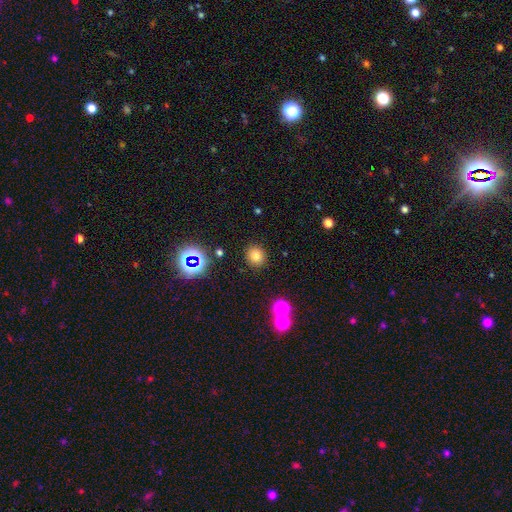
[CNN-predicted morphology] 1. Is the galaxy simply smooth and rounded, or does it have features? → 75% smooth, 18% star or artifact, 7% featured or disk.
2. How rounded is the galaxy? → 85% round, 14% in between, 1% cigar-shaped.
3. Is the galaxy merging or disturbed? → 88% none, 7% minor disturbance, 3% major disturbance, 3% merger.